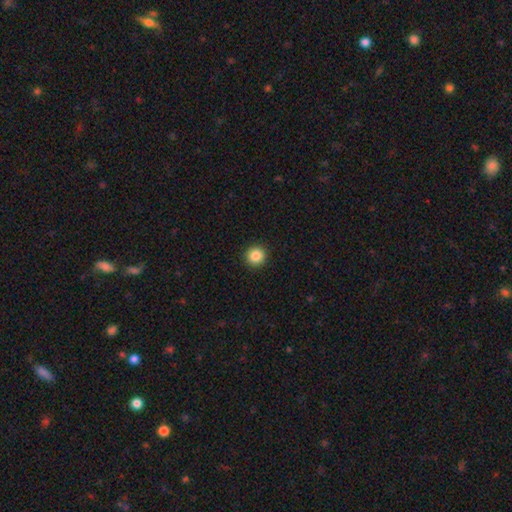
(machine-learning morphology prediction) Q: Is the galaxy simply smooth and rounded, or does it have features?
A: smooth — 87%.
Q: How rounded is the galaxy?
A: round — 95%.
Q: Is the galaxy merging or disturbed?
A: none — 93%.